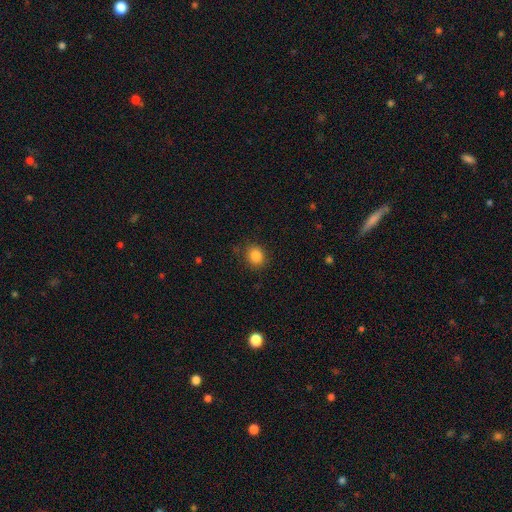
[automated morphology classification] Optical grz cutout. It shows a smooth galaxy with no disk features (85%) that is round (70%). Merging: none (85%).